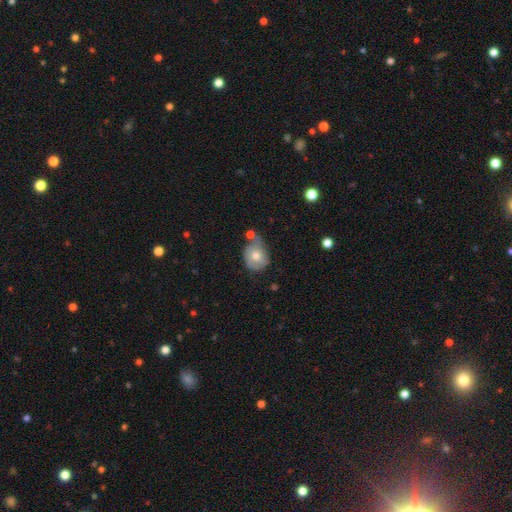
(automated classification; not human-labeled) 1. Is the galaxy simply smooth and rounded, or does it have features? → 60% smooth, 32% featured or disk, 8% star or artifact.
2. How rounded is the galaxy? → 53% round, 46% in between, 1% cigar-shaped.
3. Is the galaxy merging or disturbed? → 41% none, 30% minor disturbance, 17% merger, 12% major disturbance.